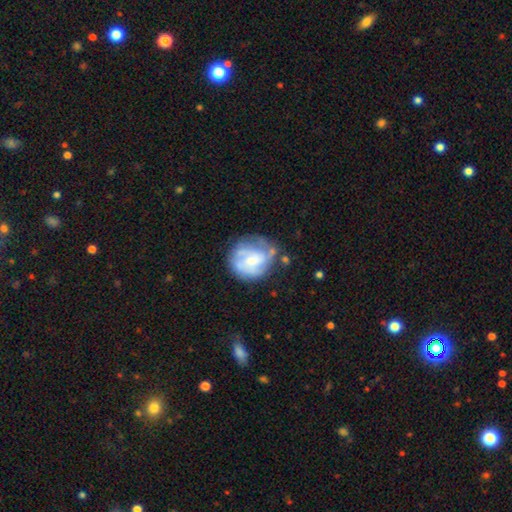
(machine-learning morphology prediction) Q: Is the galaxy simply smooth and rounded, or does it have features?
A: featured or disk — 65%.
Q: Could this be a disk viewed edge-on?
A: no — 98%.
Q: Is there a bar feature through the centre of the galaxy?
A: no — 64%.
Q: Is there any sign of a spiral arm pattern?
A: yes — 76%.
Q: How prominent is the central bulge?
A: small — 51%.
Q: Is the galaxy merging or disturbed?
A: none — 55%.